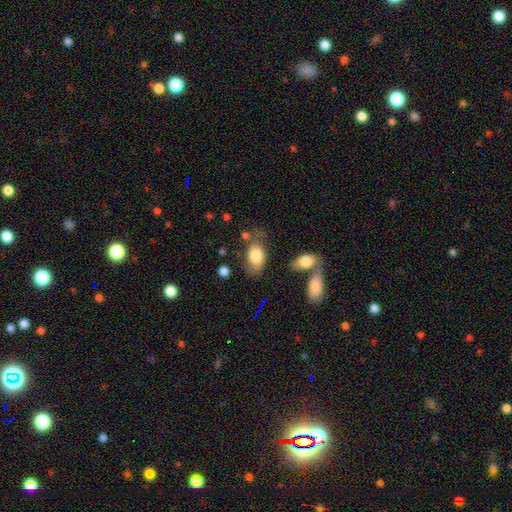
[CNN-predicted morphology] This appears to be a smooth galaxy with no disk features (80%) that is in between round and cigar-shaped (89%). Merging: none (58%).